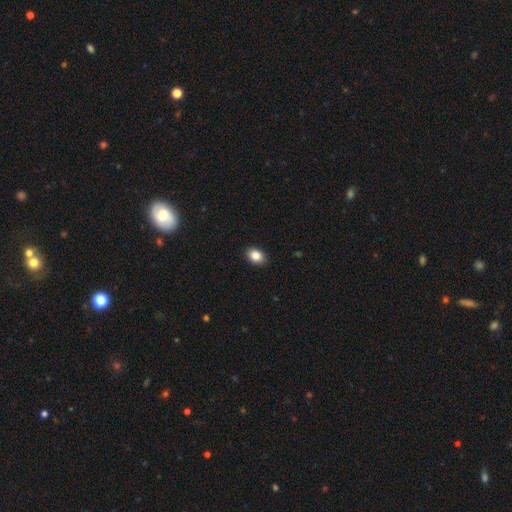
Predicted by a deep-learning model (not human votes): This appears to be a smooth galaxy with no disk features (86%) that is in between round and cigar-shaped (75%). Merging: none (90%).